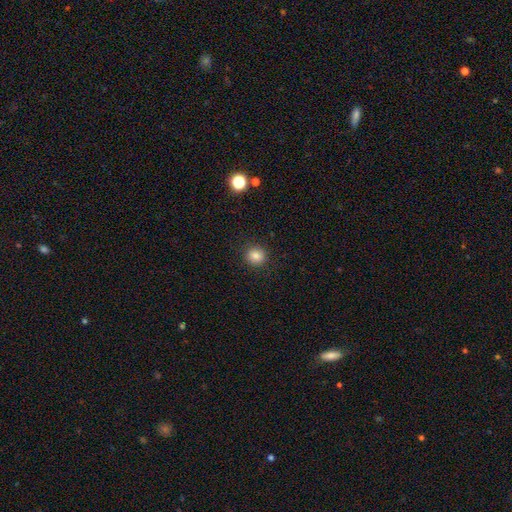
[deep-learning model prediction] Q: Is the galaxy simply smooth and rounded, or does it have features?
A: smooth — 84%.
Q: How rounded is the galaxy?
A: round — 89%.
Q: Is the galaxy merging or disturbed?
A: none — 91%.